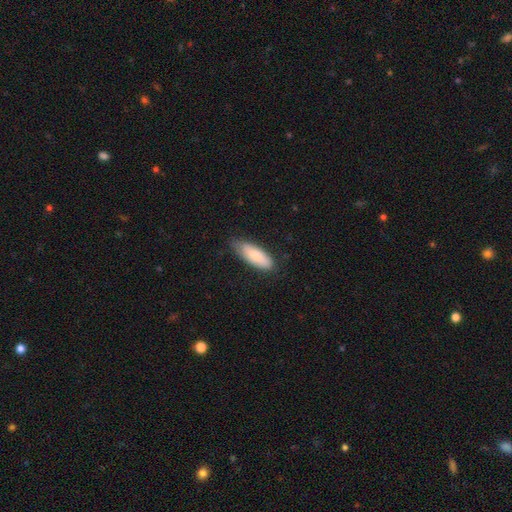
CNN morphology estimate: This is likely a smooth galaxy (79%). How rounded: likely in between (71%). Merging: likely none (71%).